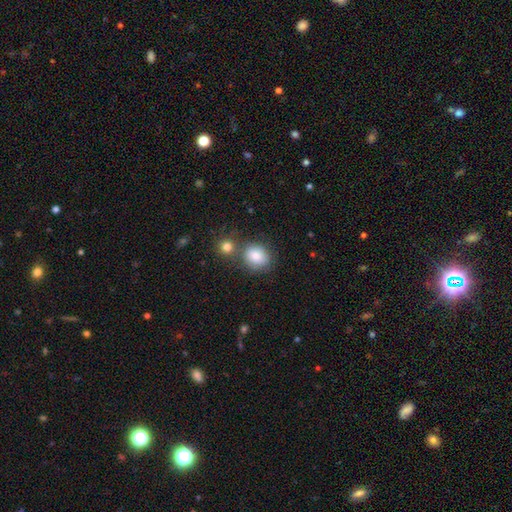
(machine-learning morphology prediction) Smooth or featured? smooth (84%)
How rounded? round (63%)
Merging? none (61%)